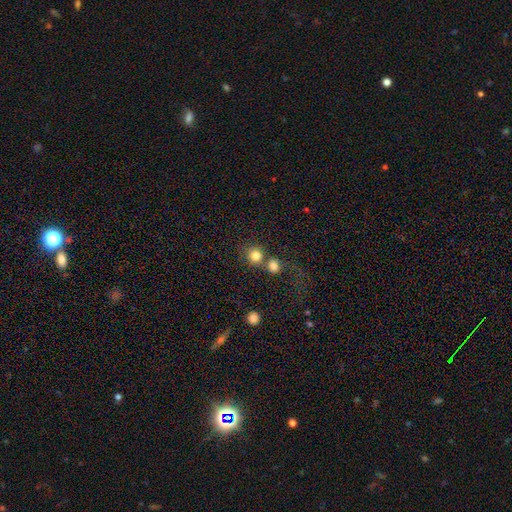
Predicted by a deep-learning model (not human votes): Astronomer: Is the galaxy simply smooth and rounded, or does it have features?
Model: smooth — 81%.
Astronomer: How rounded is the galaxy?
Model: round — 89%.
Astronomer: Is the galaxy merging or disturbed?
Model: none — 49% (runner-up: merger, 39%).